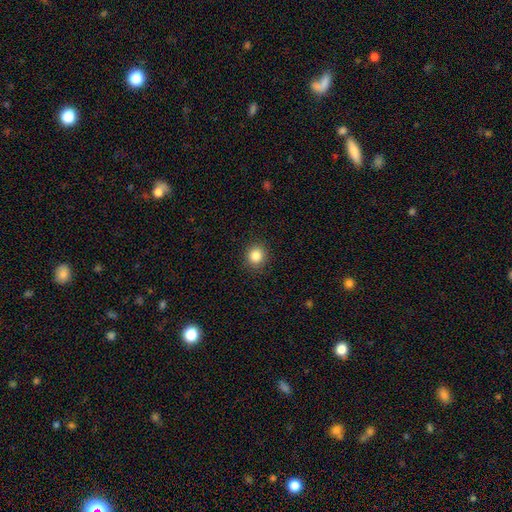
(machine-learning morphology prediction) The model was most divided on "smooth or featured": smooth: 85%, star or artifact: 10%, featured or disk: 4%. More confident: merging — none (91%); how rounded — round (88%).